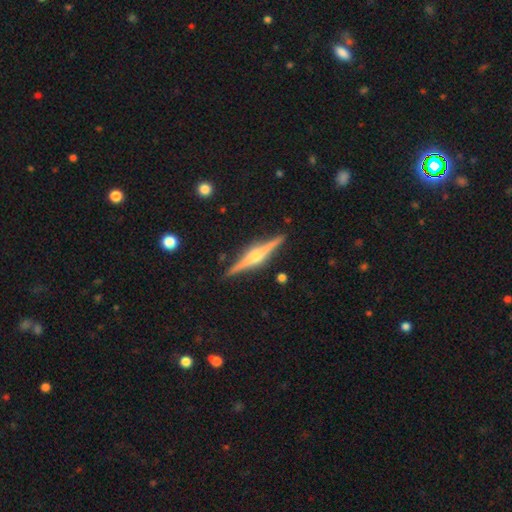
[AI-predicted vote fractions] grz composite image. It shows a featured or disk galaxy (83%) viewed edge-on (98%) with a rounded central bulge (91%). Merging: none (90%).